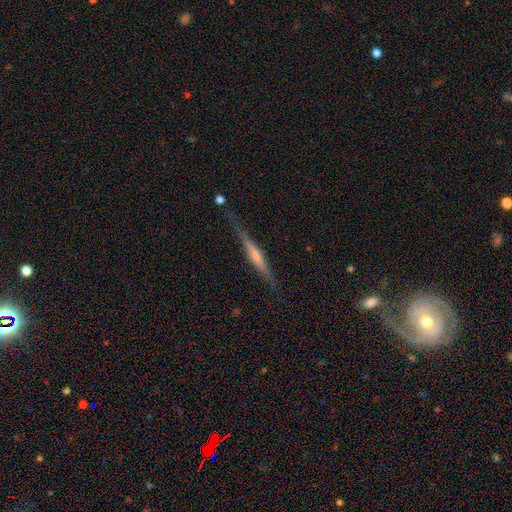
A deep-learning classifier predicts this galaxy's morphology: This is possibly a featured or disk galaxy (59%). It is clearly viewed edge-on (96%). Edge-on bulge: marginally rounded (44%). Merging: likely none (75%).